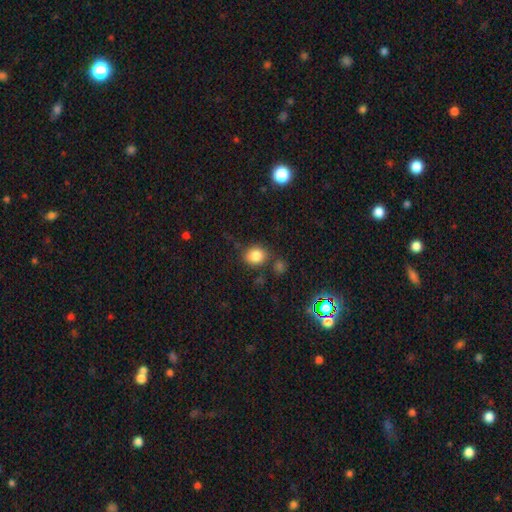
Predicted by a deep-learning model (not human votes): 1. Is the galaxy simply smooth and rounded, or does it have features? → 83% smooth, 11% star or artifact, 6% featured or disk.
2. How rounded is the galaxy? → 65% round, 34% in between, 1% cigar-shaped.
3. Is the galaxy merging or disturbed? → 72% none, 15% minor disturbance, 9% merger, 5% major disturbance.